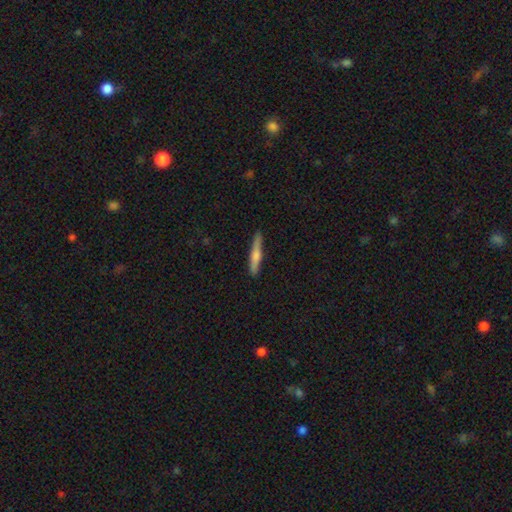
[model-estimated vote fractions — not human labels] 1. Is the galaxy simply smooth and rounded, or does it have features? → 56% smooth, 39% featured or disk, 5% star or artifact.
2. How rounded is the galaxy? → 93% cigar-shaped, 5% in between, 2% round.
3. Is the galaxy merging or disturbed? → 88% none, 9% minor disturbance, 2% major disturbance, 1% merger.